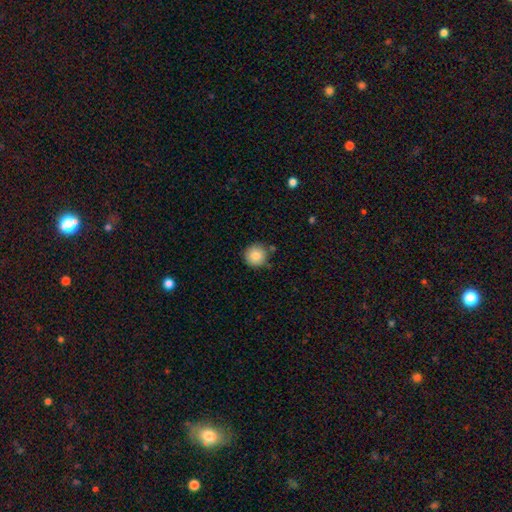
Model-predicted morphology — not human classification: A smooth galaxy with no disk features (86%) that is round (94%).

Vote fractions:
- Smooth or featured? smooth: 86% / star or artifact: 8% / featured or disk: 6%
- How rounded? round: 94% / in between: 5% / cigar-shaped: 1%
- Merging? none: 80% / minor disturbance: 13% / merger: 4% / major disturbance: 3%